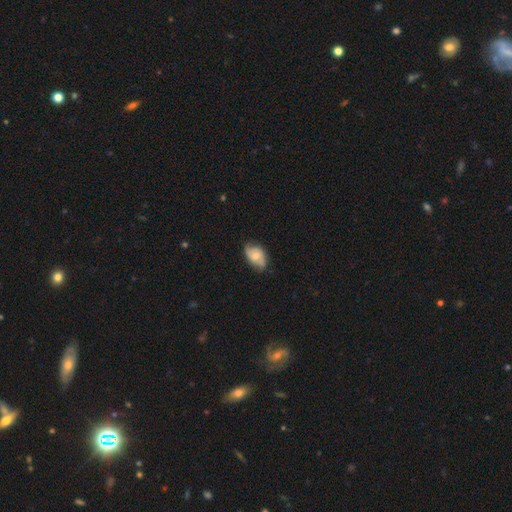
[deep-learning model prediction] smooth-or-featured: featured or disk: 50% | smooth: 43% | star or artifact: 7%
  disk-edge-on: no: 95% | yes: 5%
  merging: none: 69% | minor disturbance: 25% | major disturbance: 5% | merger: 1%